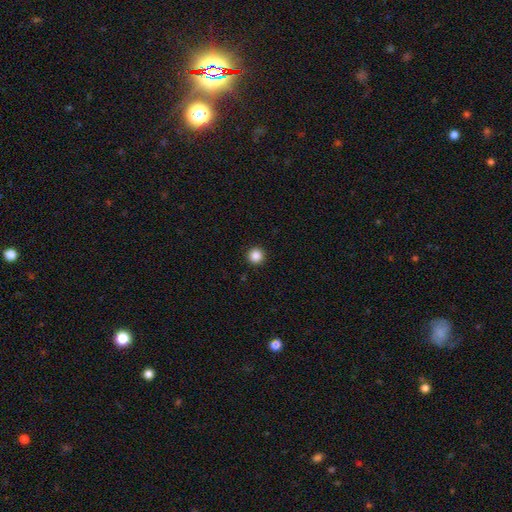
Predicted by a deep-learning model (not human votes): smooth 87%, star or artifact 10%, featured or disk 3%. Down the decision tree: how rounded — round (96%); merging — none (93%).